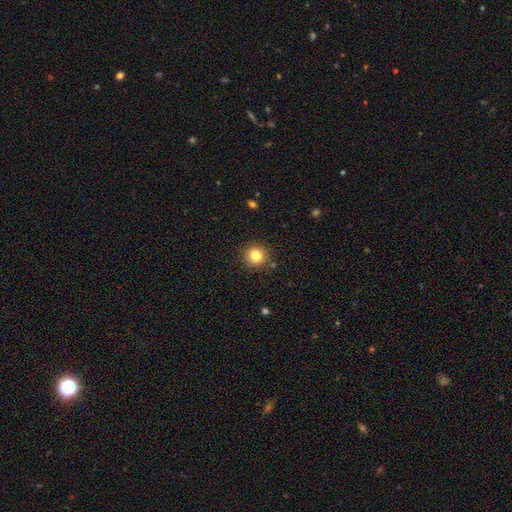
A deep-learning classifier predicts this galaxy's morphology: The model was most divided on "smooth or featured": smooth: 82%, star or artifact: 11%, featured or disk: 7%. More confident: how rounded — round (91%); merging — none (88%).